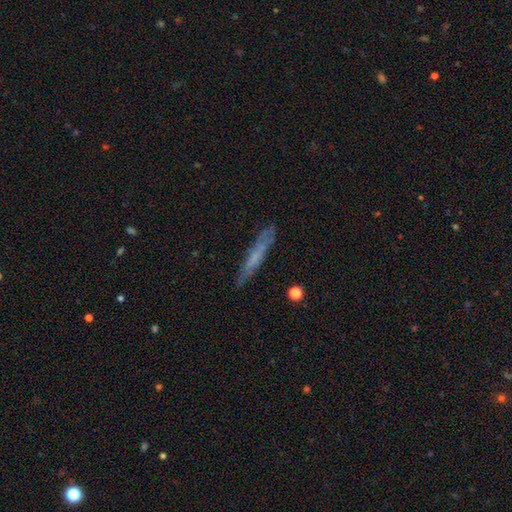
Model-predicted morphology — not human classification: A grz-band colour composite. It shows a smooth galaxy with no disk features (50%). Merging: none (78%).